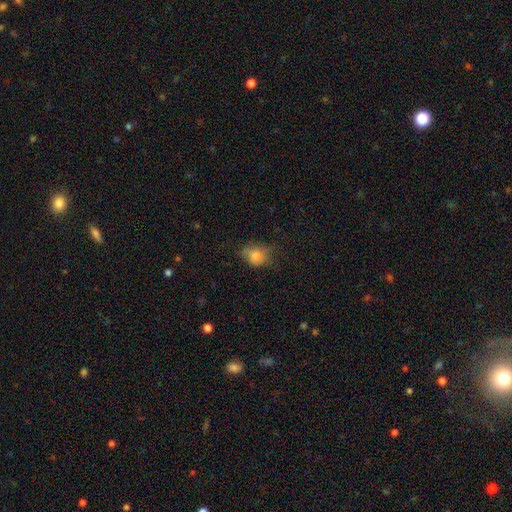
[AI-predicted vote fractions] Smooth or featured? smooth (78%)
How rounded? round (52%)
Merging? none (56%)